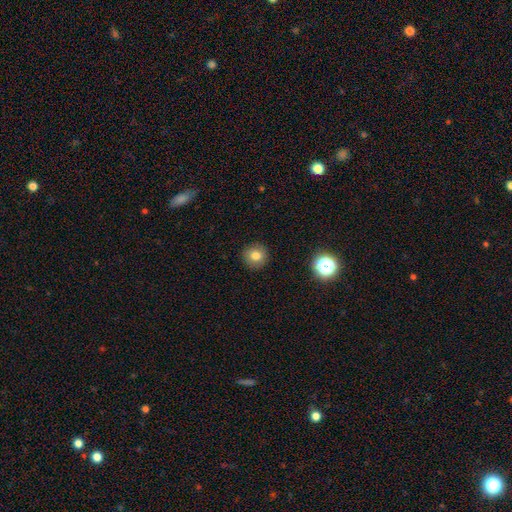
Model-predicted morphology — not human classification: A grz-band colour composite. It shows a smooth galaxy with no disk features (78%) that is round (92%). Merging: none (90%).